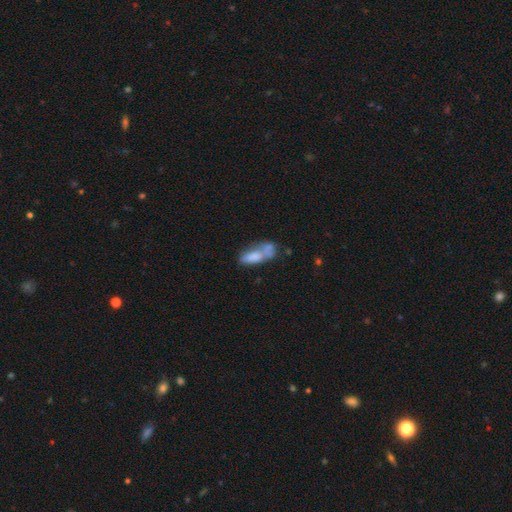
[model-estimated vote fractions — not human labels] This is likely a smooth galaxy (64%). How rounded: likely in between (73%). Merging: possibly merger (46%).